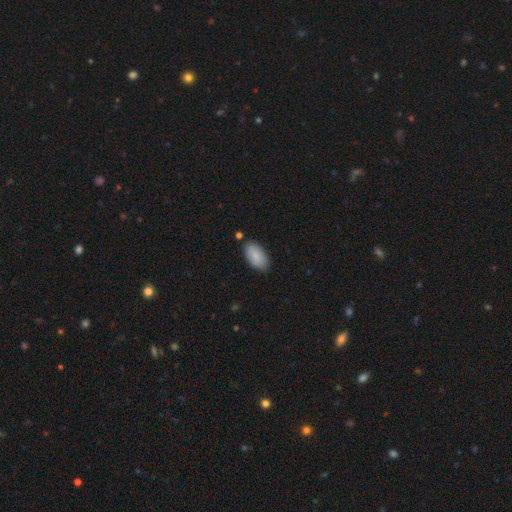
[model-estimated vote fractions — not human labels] Smooth or featured? smooth (84%)
How rounded? in between (95%)
Merging? none (81%)